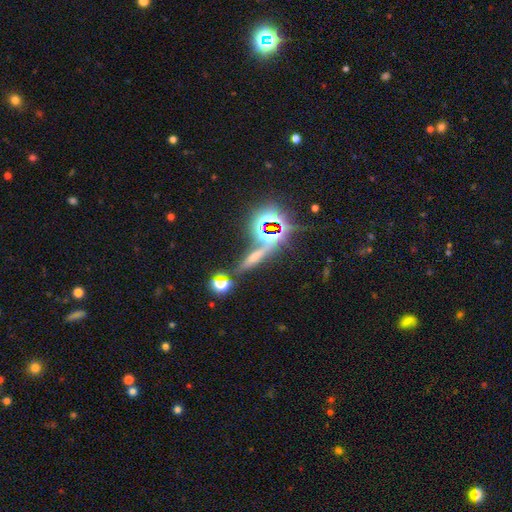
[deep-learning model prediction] This appears to be a star or artifact, not a galaxy (40%).